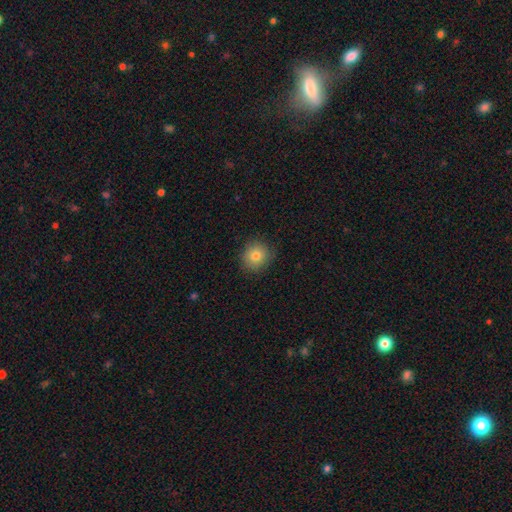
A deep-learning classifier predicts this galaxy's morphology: Smooth or featured?
  - smooth: 79% *
  - star or artifact: 11%
  - featured or disk: 10%
How rounded?
  - round: 83% *
  - in between: 16%
  - cigar-shaped: 1%
Merging?
  - none: 87% *
  - minor disturbance: 10%
  - major disturbance: 3%
  - merger: 1%